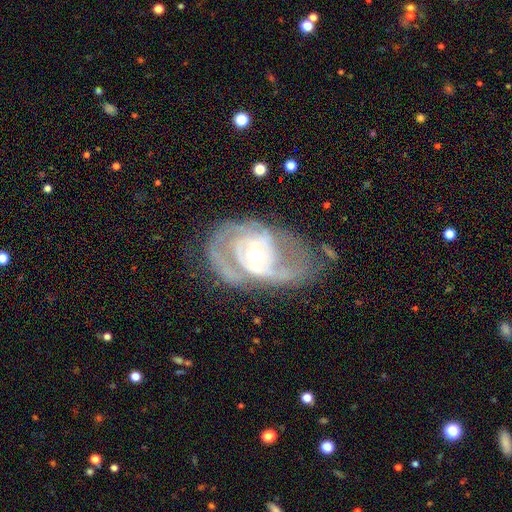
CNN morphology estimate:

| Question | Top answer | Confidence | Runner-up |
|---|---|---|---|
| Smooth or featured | featured or disk | 85% | smooth (9%) |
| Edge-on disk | no | 96% | yes (4%) |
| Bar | no | 47% | weak (37%) |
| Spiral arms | yes | 86% | no (14%) |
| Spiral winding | tight | 50% | medium (37%) |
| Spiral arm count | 2 | 44% | can't tell (29%) |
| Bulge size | moderate | 61% | small (30%) |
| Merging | none | 53% | minor disturbance (23%) |